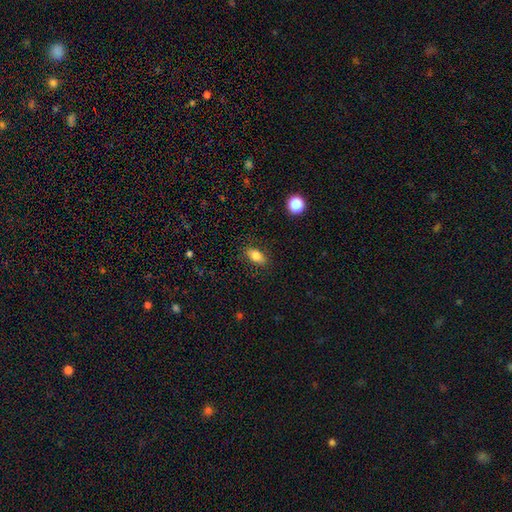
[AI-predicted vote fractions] Q: Smooth or featured?
A: smooth (82%); runner-up: star or artifact (9%)
Q: How rounded?
A: in between (85%); runner-up: round (8%)
Q: Merging?
A: none (86%); runner-up: minor disturbance (10%)